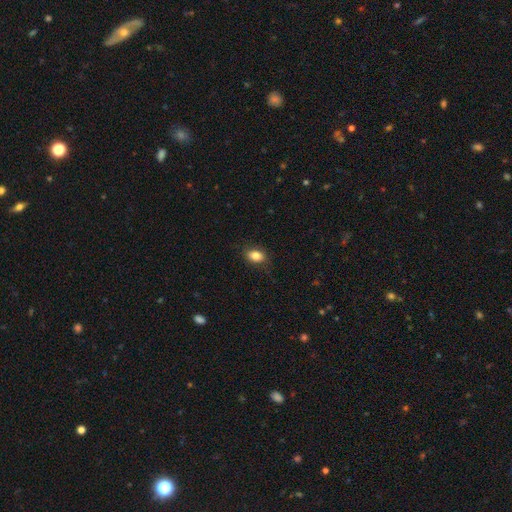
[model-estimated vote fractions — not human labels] This is clearly a smooth galaxy (84%). How rounded: likely in between (77%). Merging: clearly none (82%).